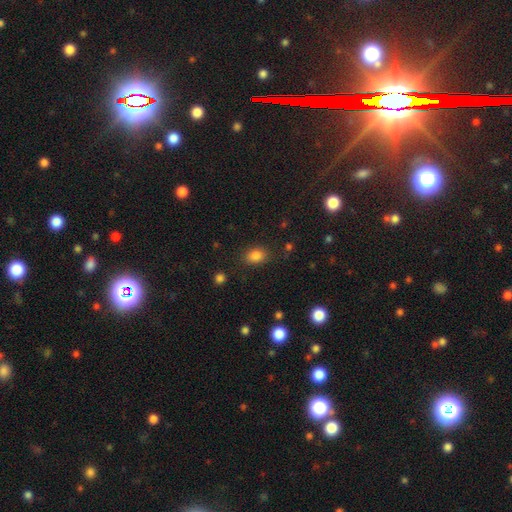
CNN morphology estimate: Smooth or featured?
  - smooth: 84% *
  - star or artifact: 11%
  - featured or disk: 5%
How rounded?
  - in between: 74% *
  - round: 25%
  - cigar-shaped: 1%
Merging?
  - none: 82% *
  - minor disturbance: 12%
  - major disturbance: 4%
  - merger: 2%